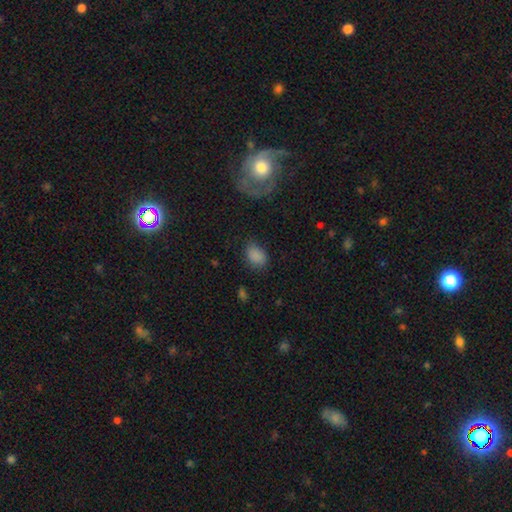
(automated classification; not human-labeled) The model was most divided on "merging": none: 71%, minor disturbance: 21%, major disturbance: 6%, merger: 2%. More confident: smooth or featured — smooth (85%); how rounded — in between (75%).